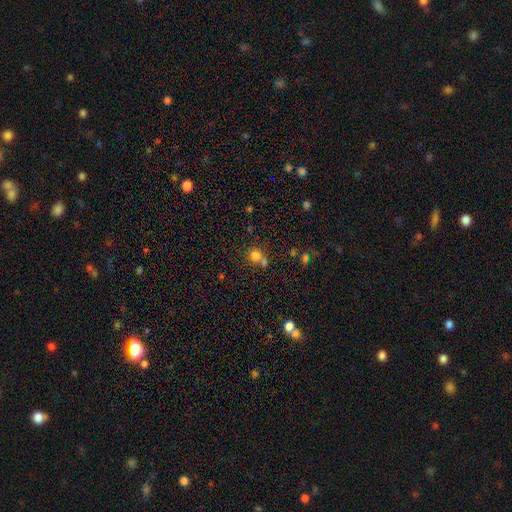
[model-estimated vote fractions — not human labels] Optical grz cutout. It shows a smooth galaxy with no disk features (77%) that is round (84%). Merging: none (49%).